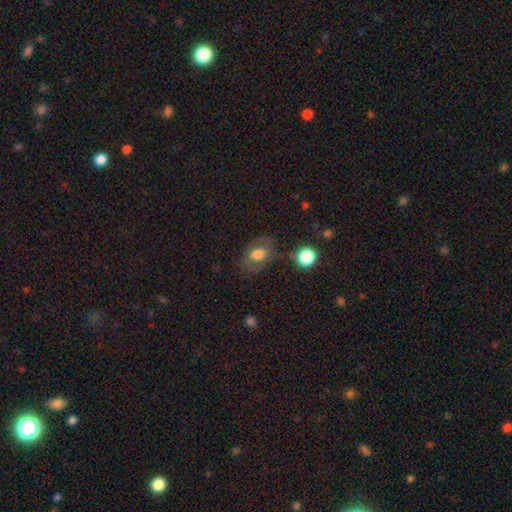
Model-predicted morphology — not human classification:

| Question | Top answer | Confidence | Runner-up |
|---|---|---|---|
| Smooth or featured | smooth | 54% | featured or disk (35%) |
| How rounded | in between | 73% | round (25%) |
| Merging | none | 71% | minor disturbance (18%) |